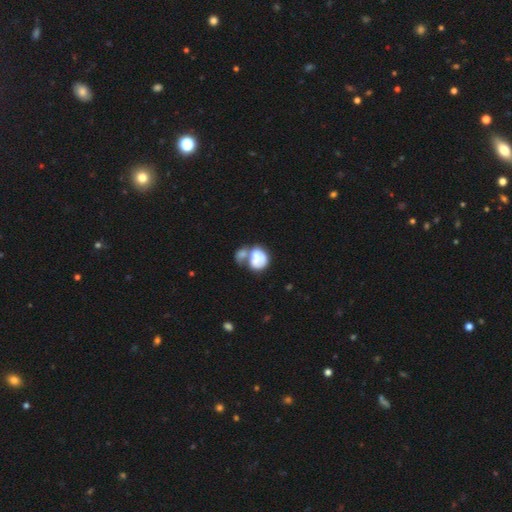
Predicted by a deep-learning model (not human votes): A smooth galaxy with no disk features (59%) that is in between round and cigar-shaped (50%). Merging: merger (62%).